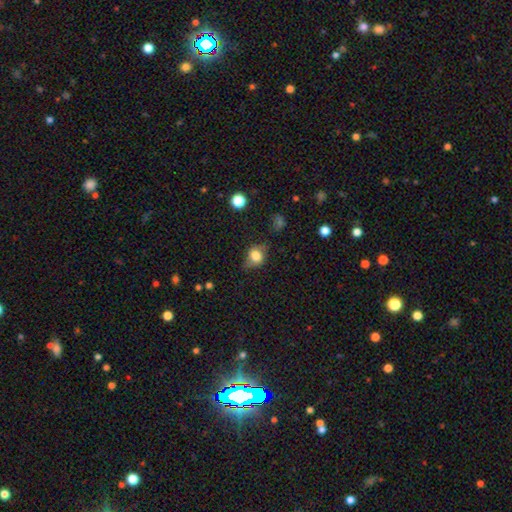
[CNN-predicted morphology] A smooth galaxy with no disk features (70%) that is round (59%).

Vote fractions:
- Smooth or featured? smooth: 70% / featured or disk: 19% / star or artifact: 11%
- How rounded? round: 59% / in between: 39% / cigar-shaped: 2%
- Merging? none: 63% / minor disturbance: 26% / major disturbance: 9% / merger: 2%